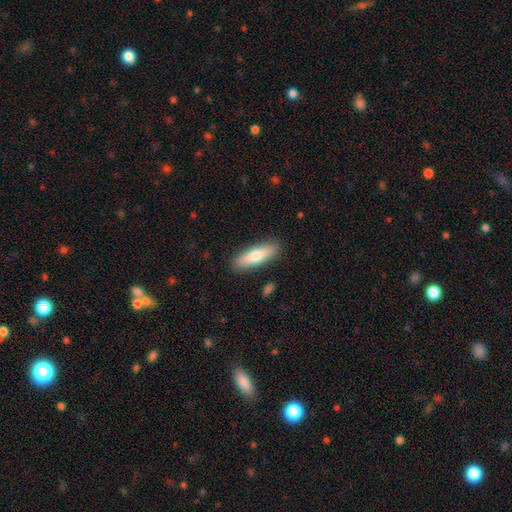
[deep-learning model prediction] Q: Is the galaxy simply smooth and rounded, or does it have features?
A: smooth — 69%.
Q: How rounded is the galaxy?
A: cigar-shaped — 59%.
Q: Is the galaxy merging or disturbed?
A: none — 89%.